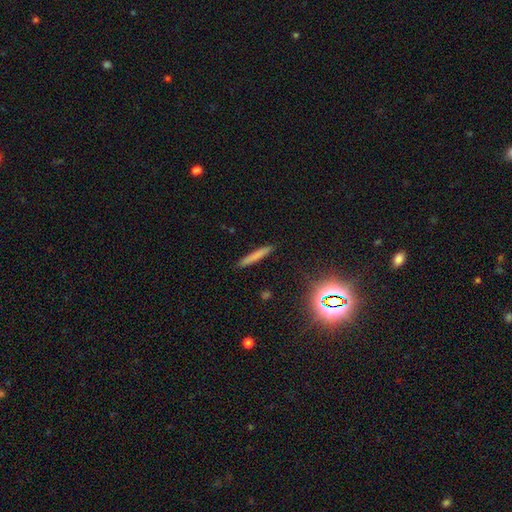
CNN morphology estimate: Smooth or featured? Predicted: smooth (p=0.70). How rounded? Predicted: cigar-shaped (p=0.94). Merging? Predicted: none (p=0.89).